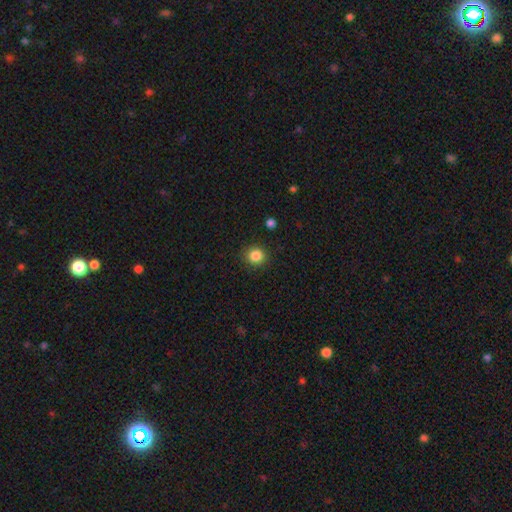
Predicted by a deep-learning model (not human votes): The model was most divided on "smooth or featured": smooth: 85%, star or artifact: 11%, featured or disk: 4%. More confident: merging — none (90%); how rounded — round (88%).